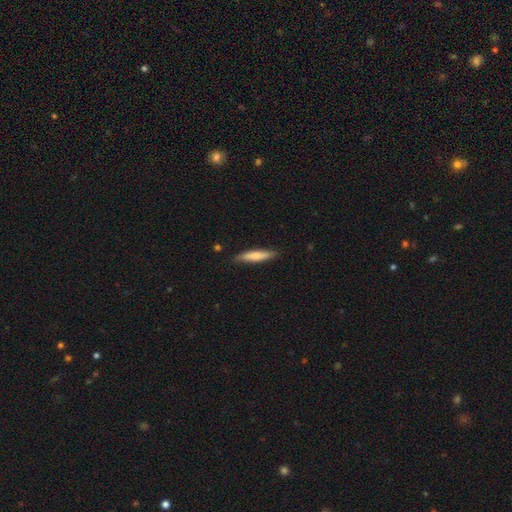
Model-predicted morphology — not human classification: type=smooth (73%); roundness=cigar-shaped (85%); merging=none (86%).